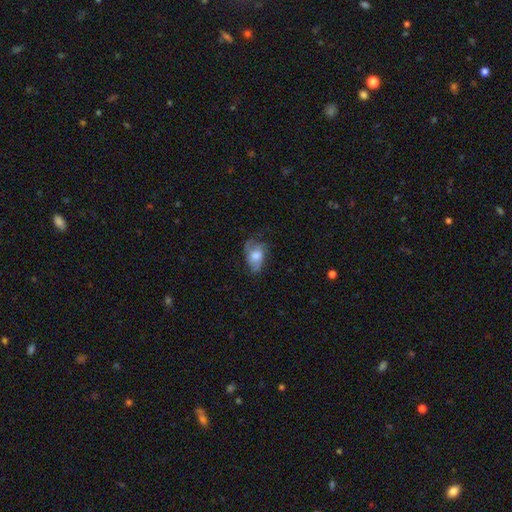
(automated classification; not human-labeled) Smooth or featured? smooth (61%)
How rounded? in between (85%)
Merging? none (39%)